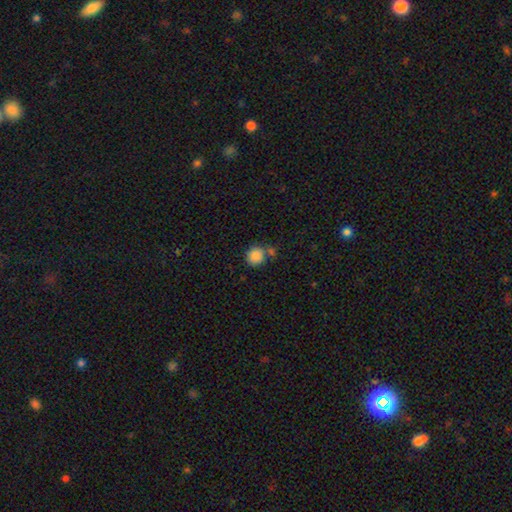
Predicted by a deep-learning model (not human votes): smooth-or-featured: smooth: 87% | star or artifact: 9% | featured or disk: 4%
  how-rounded: round: 88% | in between: 11% | cigar-shaped: 1%
  merging: none: 64% | merger: 19% | minor disturbance: 12% | major disturbance: 4%